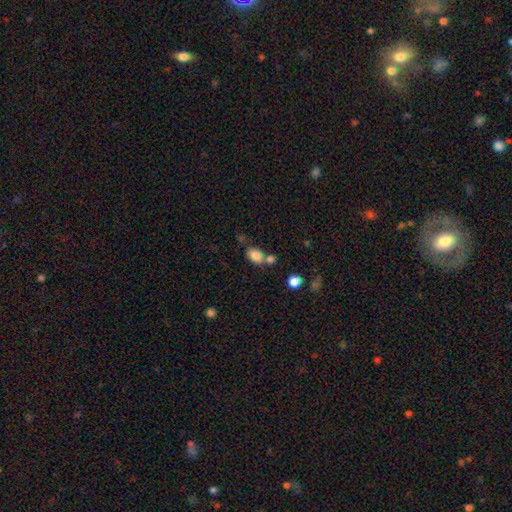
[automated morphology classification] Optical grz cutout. It shows a smooth galaxy with no disk features (84%) that is in between round and cigar-shaped (78%). Merging: none (57%).